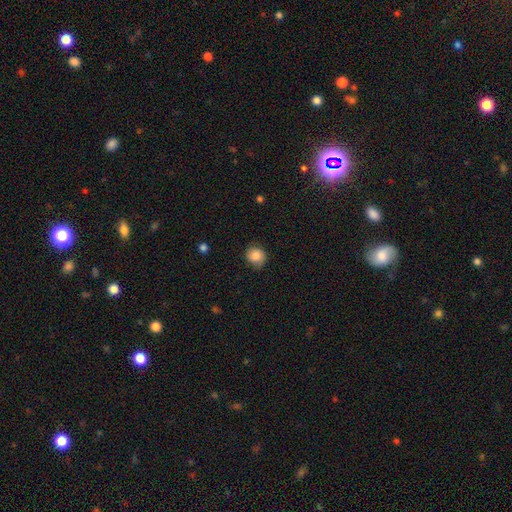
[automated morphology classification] Smooth or featured: smooth — 85% (star or artifact — 9%)
How rounded: round — 85% (in between — 14%)
Merging: none — 76% (minor disturbance — 19%)